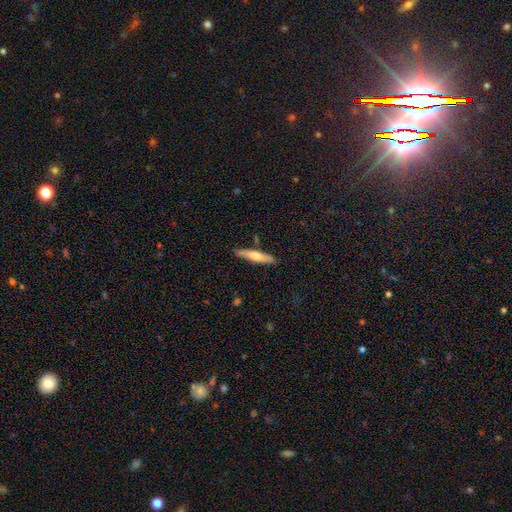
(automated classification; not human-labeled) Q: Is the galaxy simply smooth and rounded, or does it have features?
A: smooth — 54%.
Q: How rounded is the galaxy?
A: cigar-shaped — 87%.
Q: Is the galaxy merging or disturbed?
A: none — 86%.